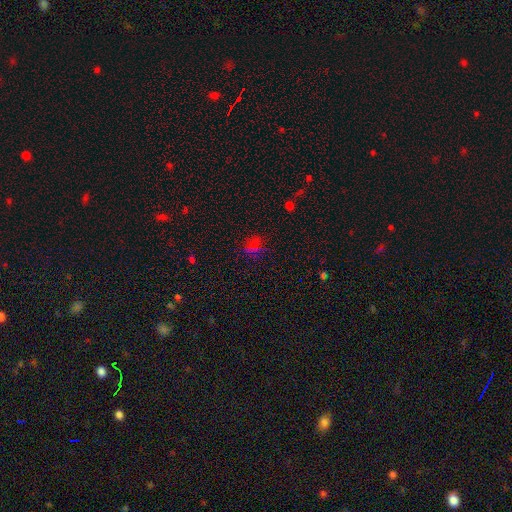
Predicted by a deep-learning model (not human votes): This appears to be a star or artifact, not a galaxy (49%).